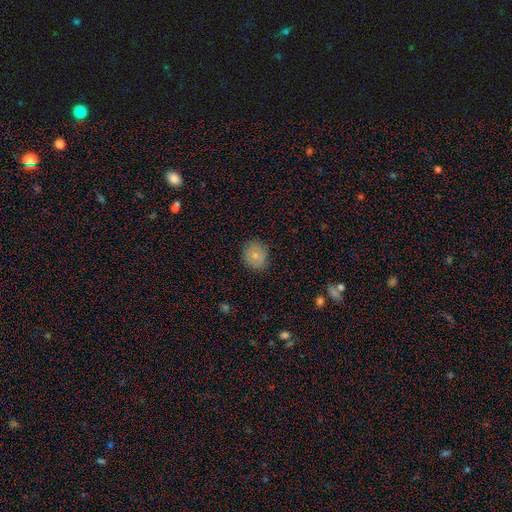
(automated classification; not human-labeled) smooth-or-featured: smooth: 78% | featured or disk: 13% | star or artifact: 9%
  how-rounded: round: 69% | in between: 30% | cigar-shaped: 1%
  merging: none: 83% | minor disturbance: 13% | major disturbance: 3% | merger: 1%